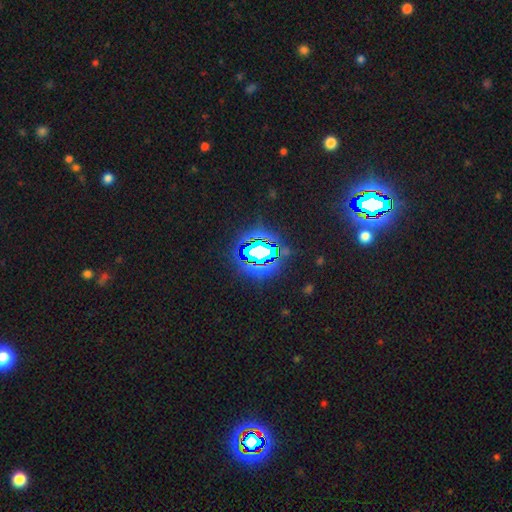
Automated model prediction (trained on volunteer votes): Smooth or featured? Predicted: star or artifact (p=0.84).